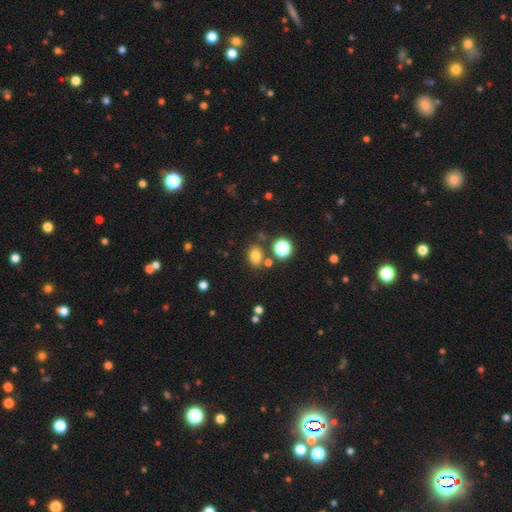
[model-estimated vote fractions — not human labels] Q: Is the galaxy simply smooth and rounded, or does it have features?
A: smooth — 77%.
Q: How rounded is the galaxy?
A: in between — 62%.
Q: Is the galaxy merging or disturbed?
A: none — 75%.